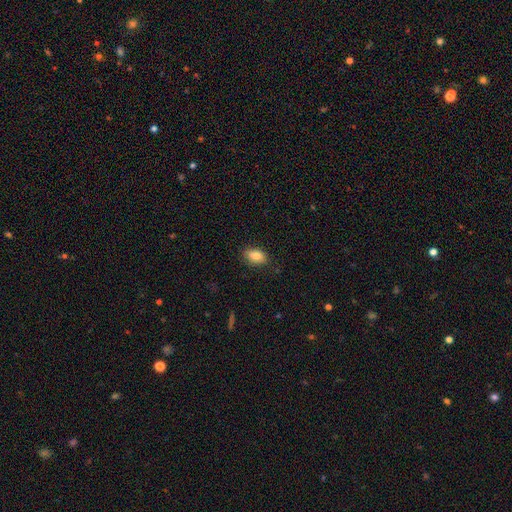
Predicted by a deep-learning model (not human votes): Smooth or featured?
  - smooth: 85% *
  - star or artifact: 8%
  - featured or disk: 7%
How rounded?
  - in between: 89% *
  - round: 7%
  - cigar-shaped: 3%
Merging?
  - none: 84% *
  - minor disturbance: 12%
  - major disturbance: 3%
  - merger: 1%